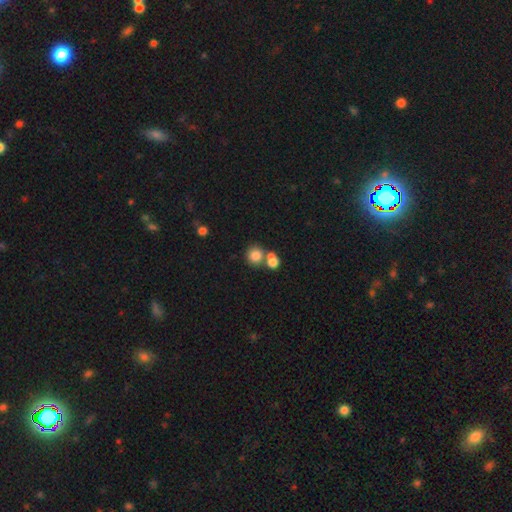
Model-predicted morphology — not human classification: Smooth or featured?
  - smooth: 79% *
  - star or artifact: 11%
  - featured or disk: 10%
How rounded?
  - round: 86% *
  - in between: 13%
  - cigar-shaped: 1%
Merging?
  - none: 49% *
  - merger: 41%
  - minor disturbance: 7%
  - major disturbance: 3%